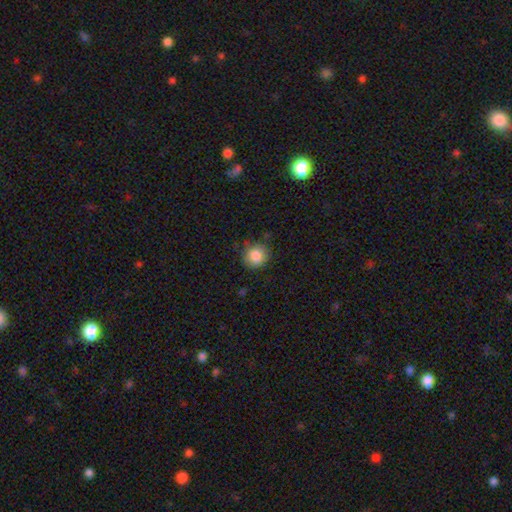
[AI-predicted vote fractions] A smooth galaxy with no disk features (85%) that is round (86%). Merging: none (82%).